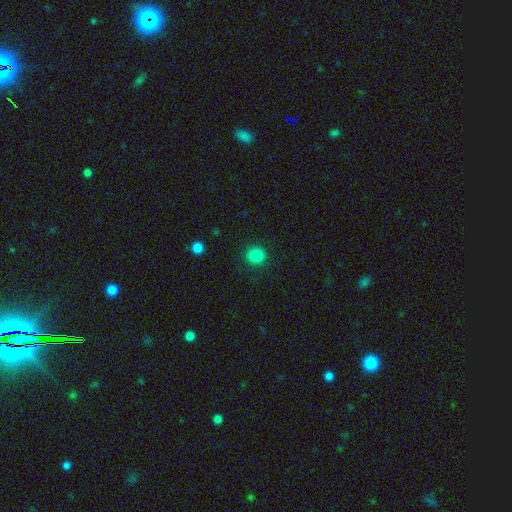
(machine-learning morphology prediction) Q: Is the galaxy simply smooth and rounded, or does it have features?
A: smooth — 87%.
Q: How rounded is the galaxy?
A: round — 86%.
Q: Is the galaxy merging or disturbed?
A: none — 90%.